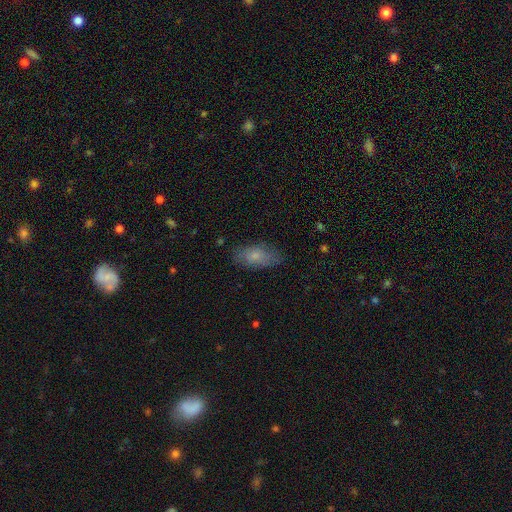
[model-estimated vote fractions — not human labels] A smooth galaxy with no disk features (76%) that is in between round and cigar-shaped (87%).

Vote fractions:
- Smooth or featured? smooth: 76% / featured or disk: 17% / star or artifact: 7%
- How rounded? in between: 87% / cigar-shaped: 10% / round: 3%
- Merging? none: 76% / minor disturbance: 18% / major disturbance: 5% / merger: 1%